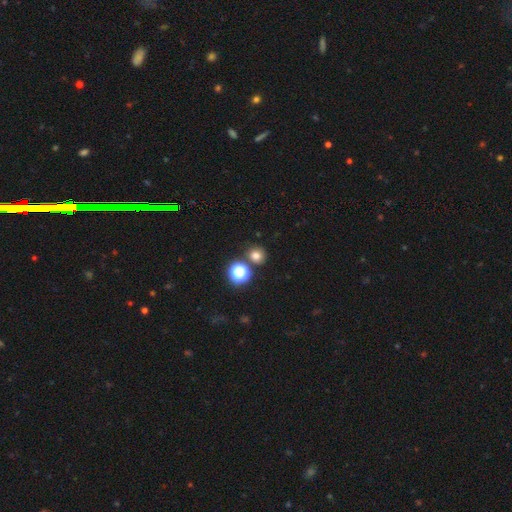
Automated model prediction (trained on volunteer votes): A smooth galaxy with no disk features (74%) that is round (88%).

Vote fractions:
- Smooth or featured? smooth: 74% / star or artifact: 20% / featured or disk: 6%
- How rounded? round: 88% / in between: 11% / cigar-shaped: 1%
- Merging? none: 81% / merger: 9% / minor disturbance: 7% / major disturbance: 3%